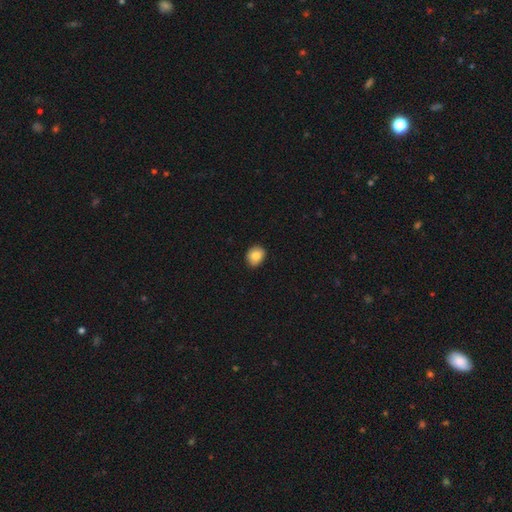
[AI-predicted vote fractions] Morphology: type=smooth (83%); roundness=round (53%); merging=none (87%).